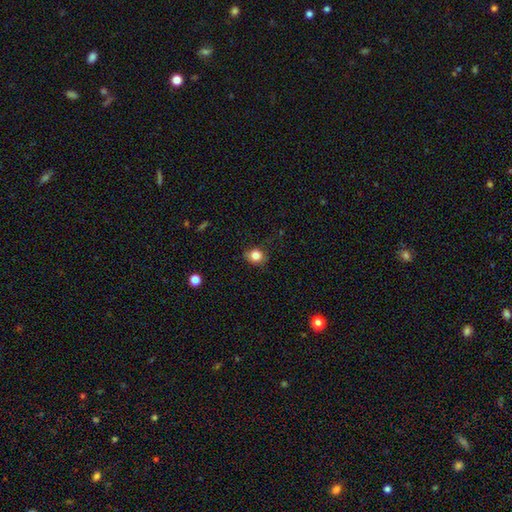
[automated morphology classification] Overall: smooth (82%). How rounded: round (66%; in between 33%). Merging: none (79%).